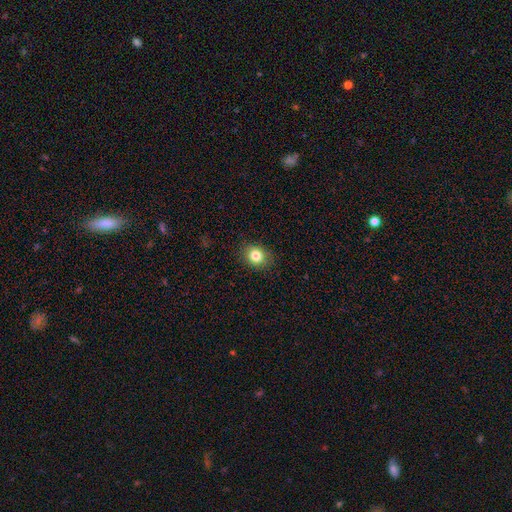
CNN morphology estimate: smooth-or-featured: smooth: 83% | star or artifact: 11% | featured or disk: 6%
  how-rounded: round: 67% | in between: 32% | cigar-shaped: 1%
  merging: none: 88% | minor disturbance: 9% | major disturbance: 2% | merger: 1%